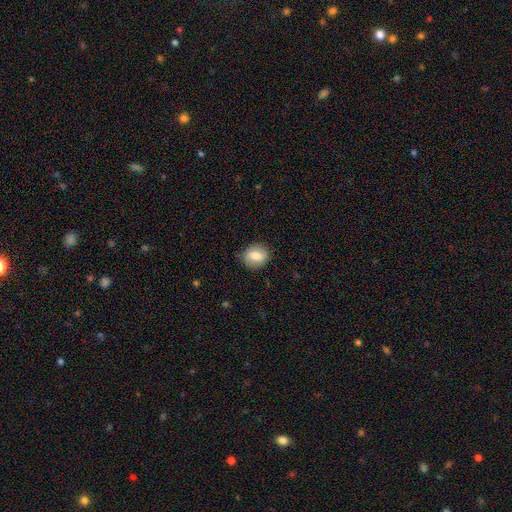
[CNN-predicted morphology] A smooth galaxy with no disk features (73%) that is round (67%). Merging: none (85%).